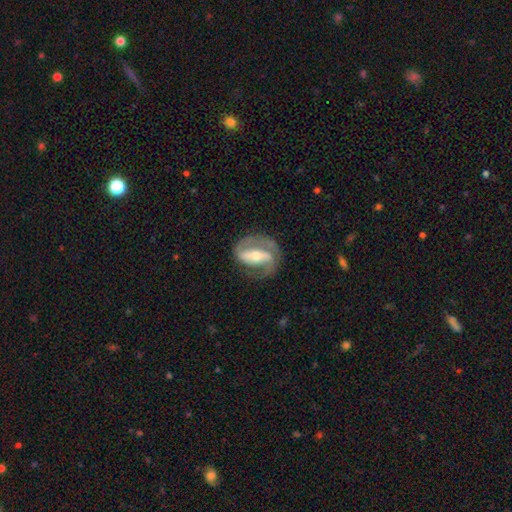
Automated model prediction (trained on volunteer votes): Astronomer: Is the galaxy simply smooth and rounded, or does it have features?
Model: featured or disk — 83%.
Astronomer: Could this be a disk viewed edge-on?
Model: no — 94%.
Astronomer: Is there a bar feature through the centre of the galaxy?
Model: strong — 63%.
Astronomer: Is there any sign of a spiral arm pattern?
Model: yes — 88%.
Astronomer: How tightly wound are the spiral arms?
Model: medium — 46% (runner-up: tight, 35%).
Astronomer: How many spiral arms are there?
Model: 2 — 82%.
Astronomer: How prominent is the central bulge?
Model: moderate — 52% (runner-up: small, 41%).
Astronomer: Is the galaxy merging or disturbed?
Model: none — 71%.